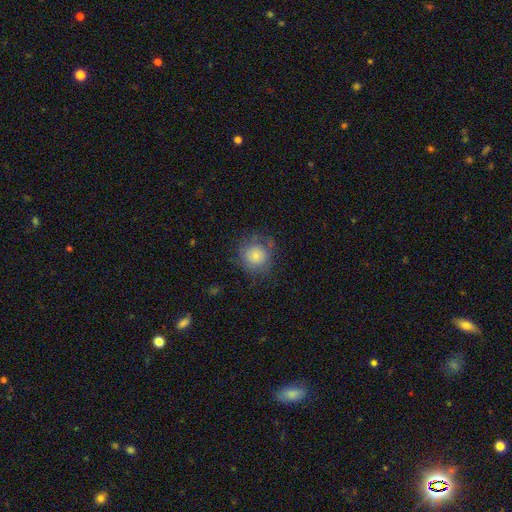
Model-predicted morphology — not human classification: smooth 75%, featured or disk 16%, star or artifact 9%. Down the decision tree: how rounded — round (90%); merging — none (69%).